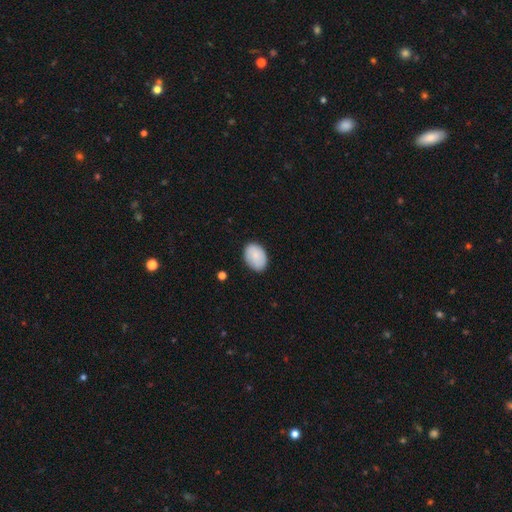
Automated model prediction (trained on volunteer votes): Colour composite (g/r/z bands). It shows a smooth galaxy with no disk features (85%) that is in between round and cigar-shaped (81%). Merging: none (83%).